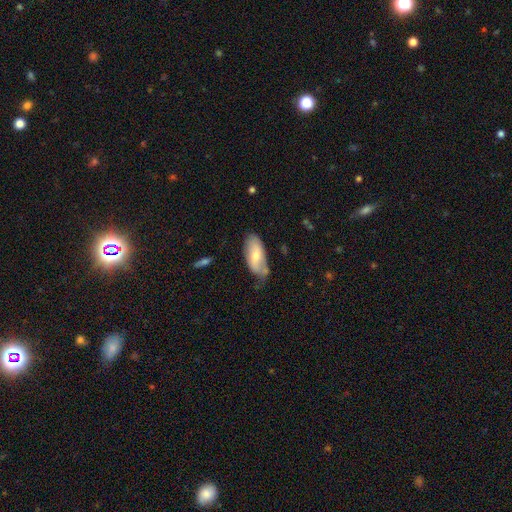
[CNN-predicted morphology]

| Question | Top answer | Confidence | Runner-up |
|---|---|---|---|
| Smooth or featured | smooth | 66% | featured or disk (28%) |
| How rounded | in between | 90% | cigar-shaped (8%) |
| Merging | none | 52% | minor disturbance (34%) |